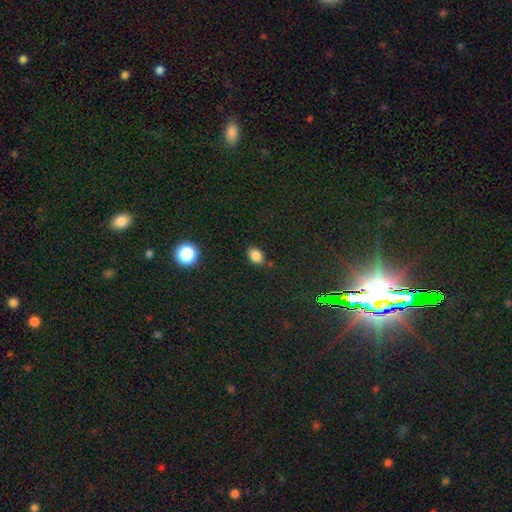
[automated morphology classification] A smooth galaxy with no disk features (84%) that is in between round and cigar-shaped (80%). Merging: none (80%).